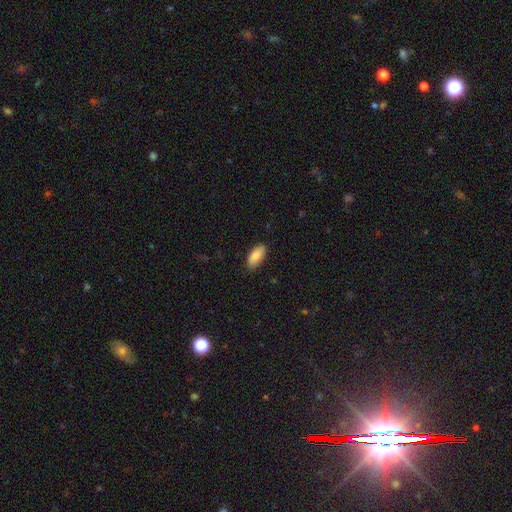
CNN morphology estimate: This appears to be a smooth galaxy with no disk features (84%) that is in between round and cigar-shaped (90%). Merging: none (85%).